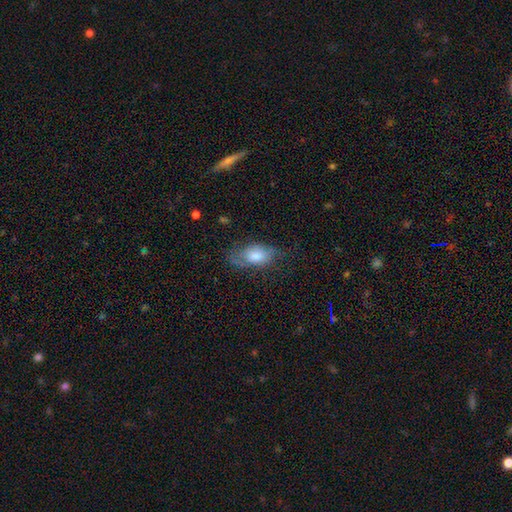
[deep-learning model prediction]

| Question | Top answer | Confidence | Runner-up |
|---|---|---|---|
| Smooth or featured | smooth | 58% | featured or disk (32%) |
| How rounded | in between | 87% | round (7%) |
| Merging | none | 54% | minor disturbance (27%) |